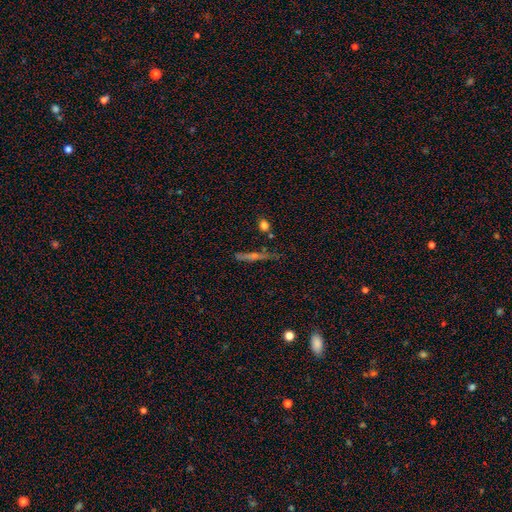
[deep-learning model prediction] Smooth or featured? Predicted: featured or disk (p=0.50). Edge-on disk? Predicted: yes (p=0.91). Merging? Predicted: none (p=0.79).